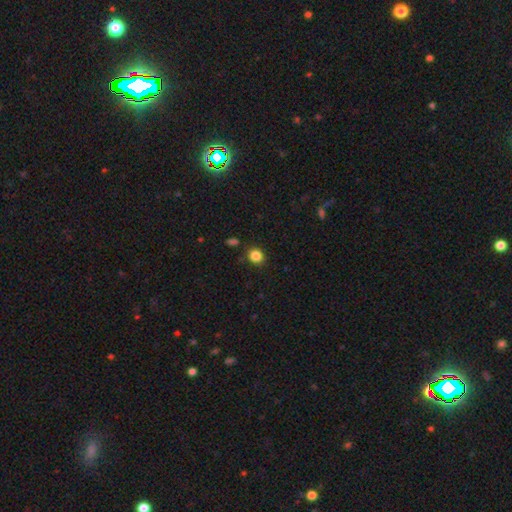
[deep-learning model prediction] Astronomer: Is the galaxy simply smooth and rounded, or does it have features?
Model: smooth — 85%.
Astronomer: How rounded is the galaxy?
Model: round — 73%.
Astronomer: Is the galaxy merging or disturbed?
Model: none — 85%.